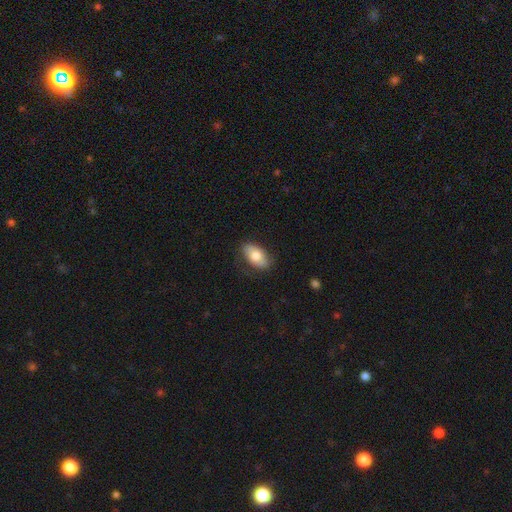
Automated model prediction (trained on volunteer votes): smooth-or-featured: smooth: 74% | featured or disk: 20% | star or artifact: 6%
  how-rounded: in between: 92% | round: 5% | cigar-shaped: 2%
  merging: none: 78% | minor disturbance: 17% | major disturbance: 5% | merger: 1%